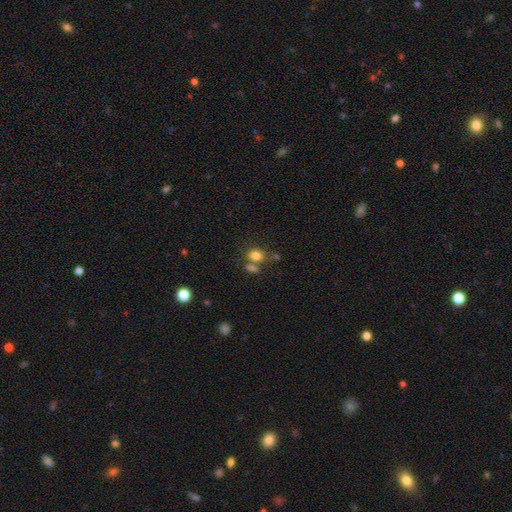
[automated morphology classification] Smooth or featured: smooth — 79% (star or artifact — 12%)
How rounded: in between — 62% (round — 37%)
Merging: none — 53% (merger — 27%)